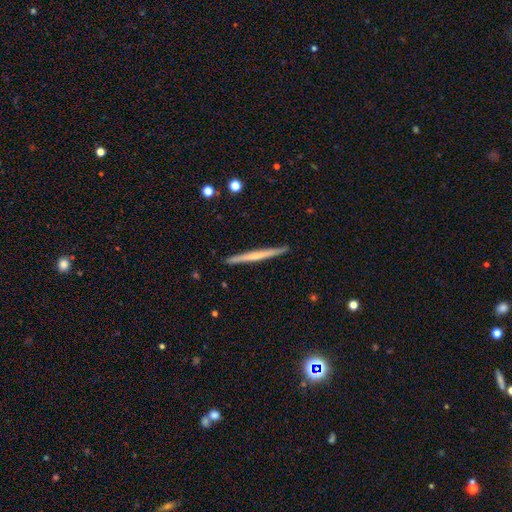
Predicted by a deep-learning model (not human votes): A featured or disk galaxy (54%) viewed edge-on (98%) with no central bulge (64%).

Vote fractions:
- Smooth or featured? featured or disk: 54% / smooth: 40% / star or artifact: 5%
- Edge-on disk? yes: 98% / no: 2%
- Edge-on bulge? none: 64% / rounded: 30% / boxy: 6%
- Merging? none: 92% / minor disturbance: 6% / major disturbance: 1% / merger: 1%